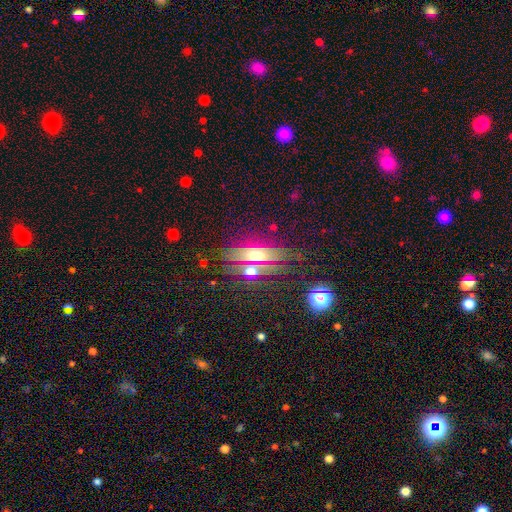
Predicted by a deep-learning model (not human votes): smooth_or_featured: smooth (p=0.39) [alt: star or artifact p=0.34]
merging: none (p=0.74) [alt: minor disturbance p=0.13]